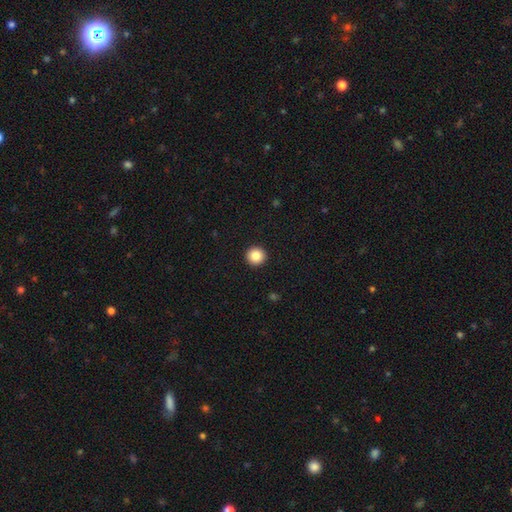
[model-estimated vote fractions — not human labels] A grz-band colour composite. It shows a smooth galaxy with no disk features (86%) that is round (96%). Merging: none (94%).